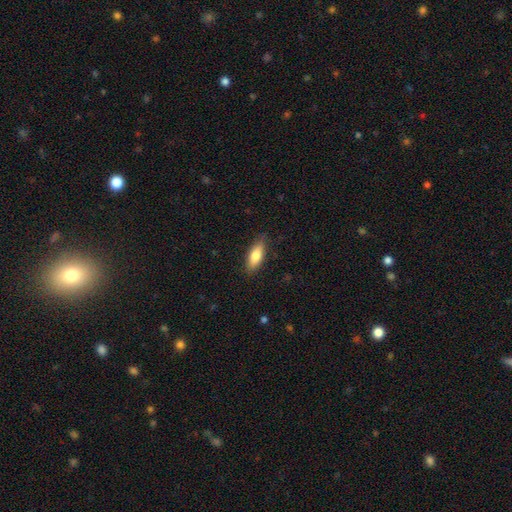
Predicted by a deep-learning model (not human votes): Morphology: type=smooth (79%); roundness=in between (71%); merging=none (84%).